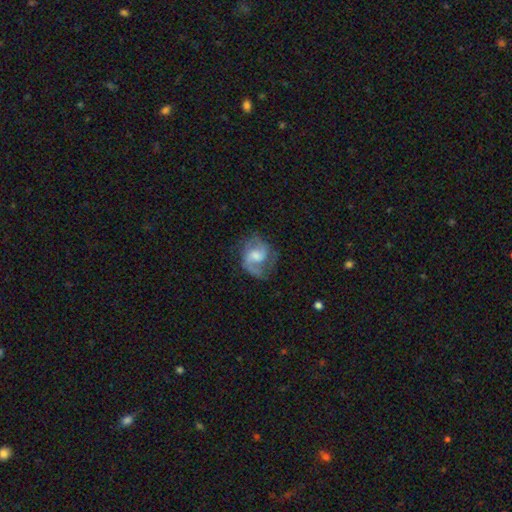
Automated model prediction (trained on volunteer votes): Overall: featured or disk (76%). Edge-on disk: no (98%). Bar: weak (48%; no 41%). Spiral arms: yes (93%). Spiral arm count: 2 (79%). Spiral winding: medium (52%; loose 28%). Bulge size: moderate (46%; small 24%). Merging: none (63%).